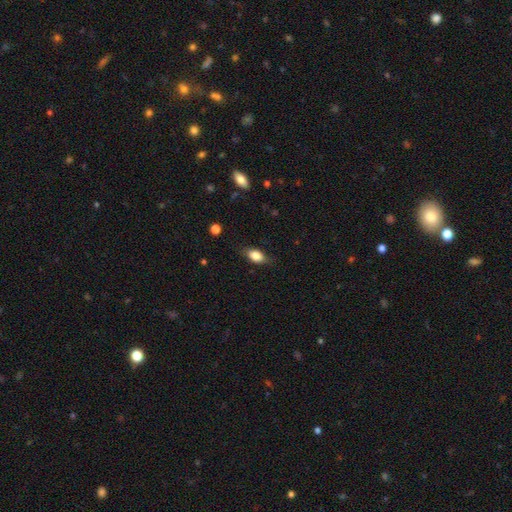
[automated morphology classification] smooth 80%, featured or disk 12%, star or artifact 8%. Down the decision tree: how rounded — in between (84%); merging — none (78%).